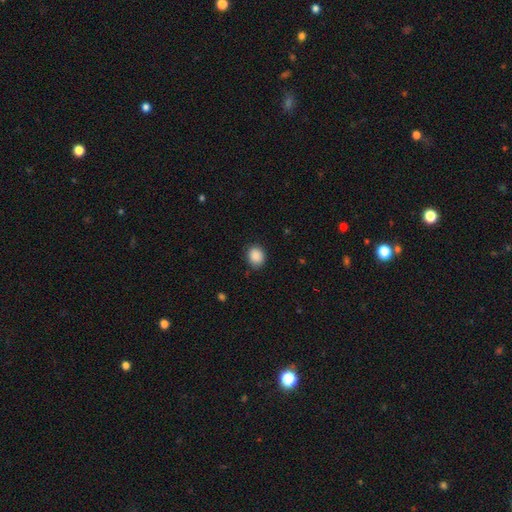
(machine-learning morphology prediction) Overall: smooth (89%). How rounded: round (68%; in between 31%). Merging: none (84%).